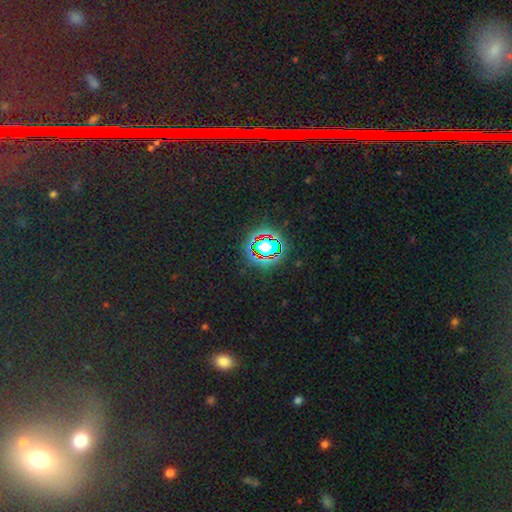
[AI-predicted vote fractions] smooth_or_featured: star or artifact (p=0.81) [alt: smooth p=0.11]